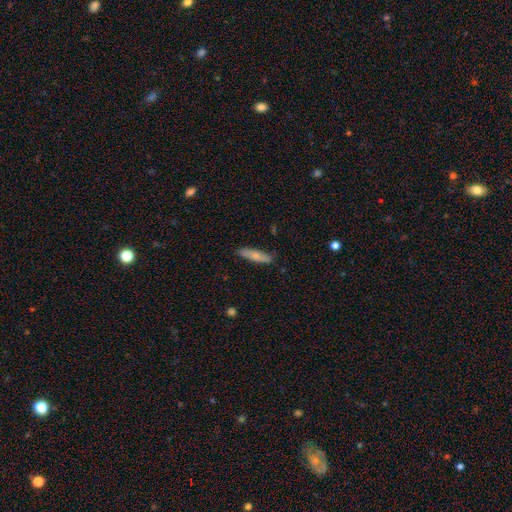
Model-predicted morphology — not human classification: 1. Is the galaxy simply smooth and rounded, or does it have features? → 70% smooth, 25% featured or disk, 6% star or artifact.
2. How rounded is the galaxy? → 78% cigar-shaped, 20% in between, 2% round.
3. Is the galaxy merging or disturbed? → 86% none, 11% minor disturbance, 2% major disturbance, 1% merger.